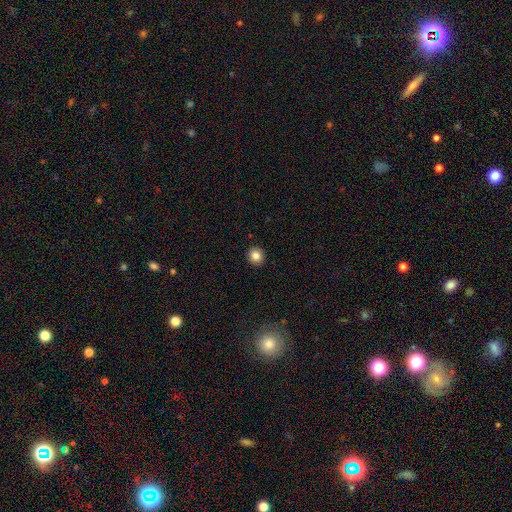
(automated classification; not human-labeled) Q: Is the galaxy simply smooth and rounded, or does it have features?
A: smooth — 84%.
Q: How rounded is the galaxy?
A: round — 89%.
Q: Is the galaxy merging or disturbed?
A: none — 93%.